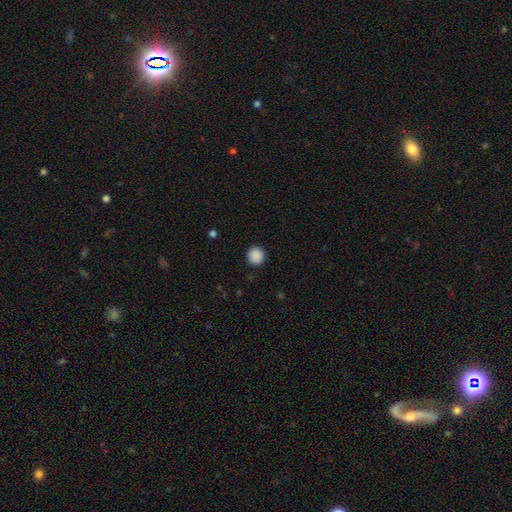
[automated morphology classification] type=smooth (89%); roundness=round (93%); merging=none (92%).